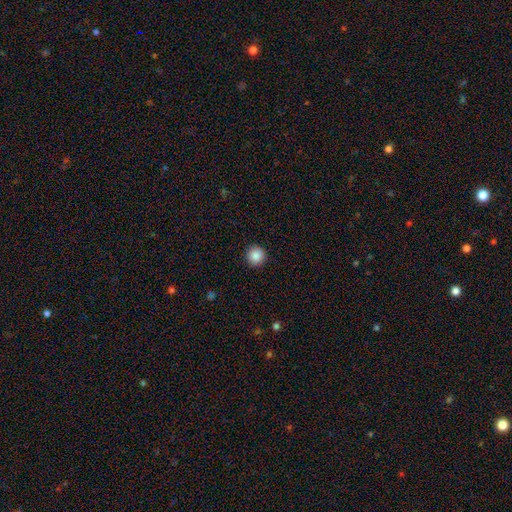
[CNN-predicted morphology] A smooth galaxy with no disk features (88%) that is round (96%). Merging: none (93%).